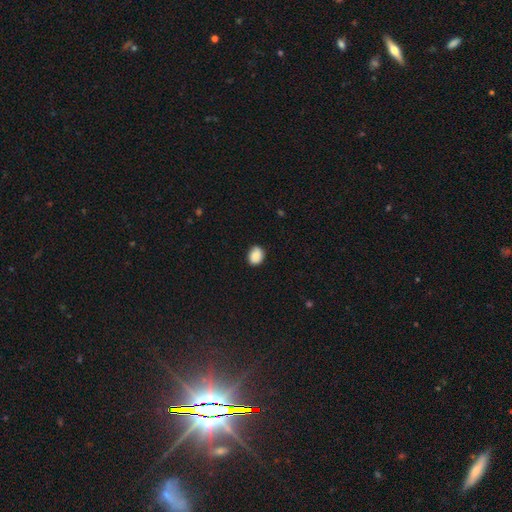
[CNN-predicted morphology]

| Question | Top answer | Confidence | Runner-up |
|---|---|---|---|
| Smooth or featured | smooth | 88% | star or artifact (8%) |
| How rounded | in between | 54% | round (45%) |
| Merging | none | 84% | minor disturbance (12%) |